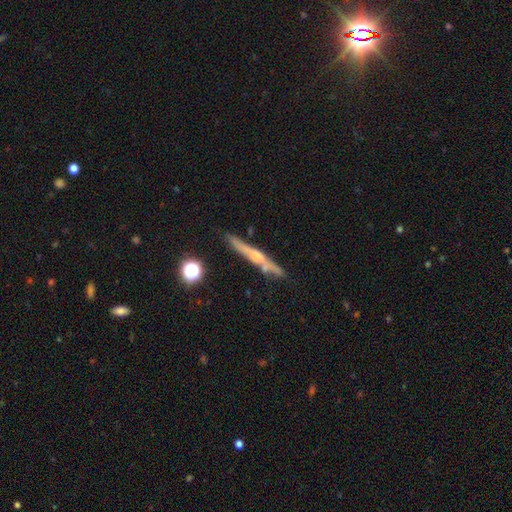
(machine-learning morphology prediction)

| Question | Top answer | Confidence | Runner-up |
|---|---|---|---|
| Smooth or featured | featured or disk | 62% | smooth (30%) |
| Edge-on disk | yes | 94% | no (6%) |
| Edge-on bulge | rounded | 55% | none (35%) |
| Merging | none | 80% | minor disturbance (13%) |